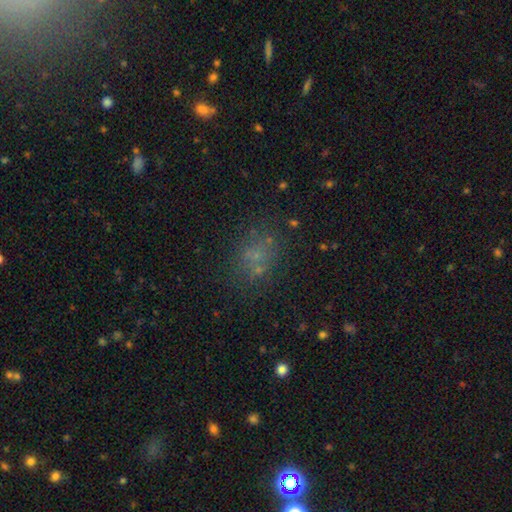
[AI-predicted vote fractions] This appears to be a smooth galaxy with no disk features (51%) that is round (53%). Merging: none (64%).